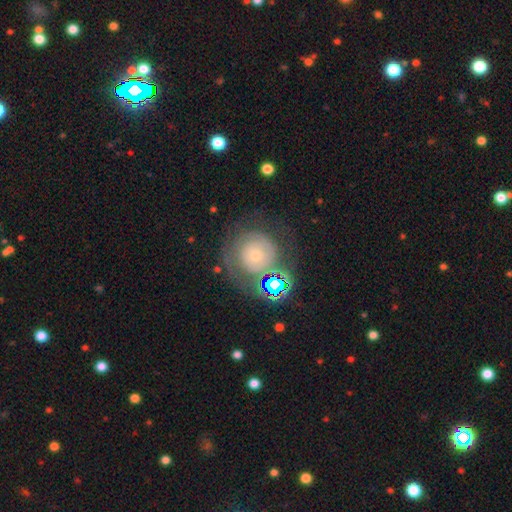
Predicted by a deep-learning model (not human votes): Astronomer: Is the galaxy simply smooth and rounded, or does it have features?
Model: featured or disk — 47% (runner-up: smooth, 35%).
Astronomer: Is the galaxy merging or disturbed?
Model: none — 54%.